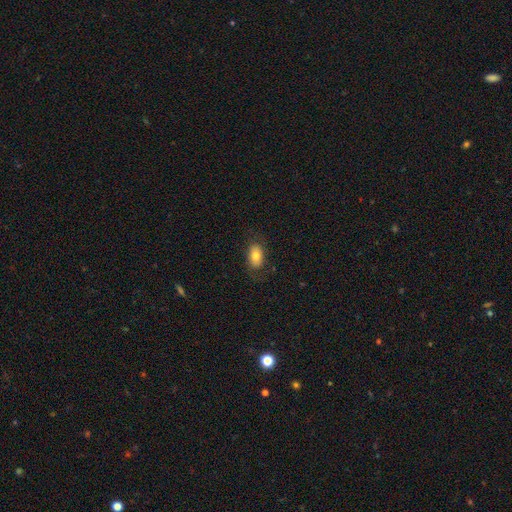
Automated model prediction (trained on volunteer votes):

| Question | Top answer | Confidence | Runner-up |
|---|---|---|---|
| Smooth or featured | smooth | 75% | featured or disk (17%) |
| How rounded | in between | 90% | round (8%) |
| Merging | none | 77% | minor disturbance (16%) |